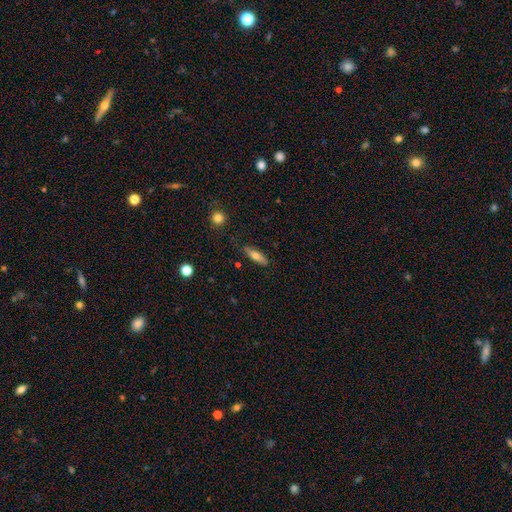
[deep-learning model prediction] smooth-or-featured: smooth: 66% | featured or disk: 27% | star or artifact: 7%
  how-rounded: cigar-shaped: 51% | in between: 46% | round: 3%
  merging: none: 83% | minor disturbance: 13% | major disturbance: 3% | merger: 2%